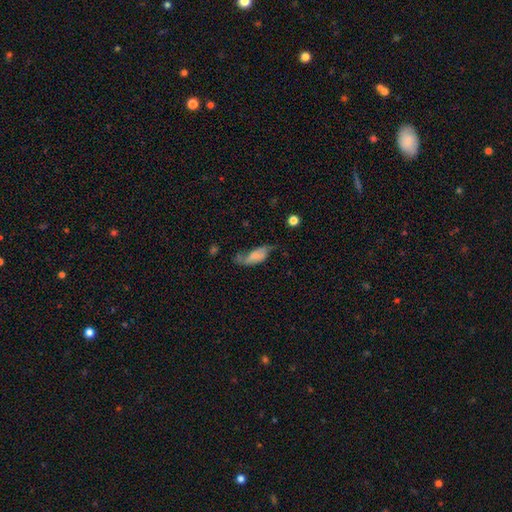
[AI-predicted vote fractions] Morphology: type=smooth (46%); merging=none (37%).